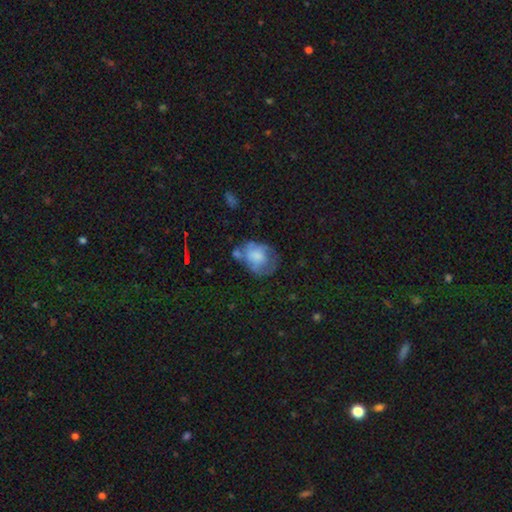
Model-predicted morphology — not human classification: smooth-or-featured: smooth: 58% | featured or disk: 33% | star or artifact: 9%
  how-rounded: in between: 53% | round: 46% | cigar-shaped: 1%
  merging: none: 35% | minor disturbance: 30% | major disturbance: 24% | merger: 12%